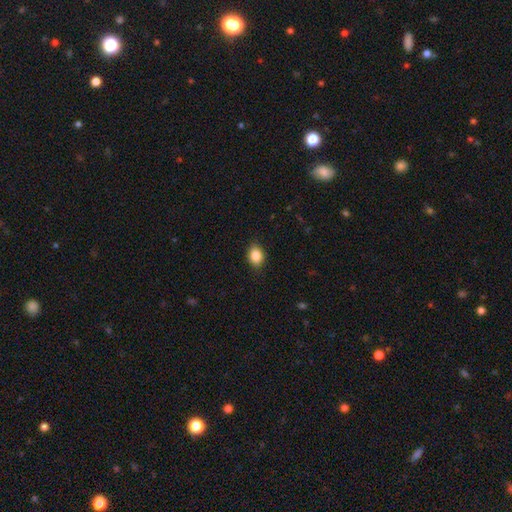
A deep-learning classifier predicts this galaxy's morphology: A smooth galaxy with no disk features (86%) that is in between round and cigar-shaped (70%).

Vote fractions:
- Smooth or featured? smooth: 86% / star or artifact: 9% / featured or disk: 6%
- How rounded? in between: 70% / round: 29% / cigar-shaped: 1%
- Merging? none: 85% / minor disturbance: 11% / major disturbance: 2% / merger: 1%